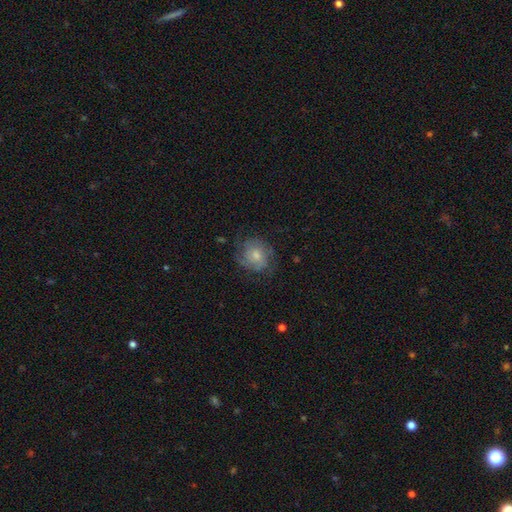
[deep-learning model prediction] Q: Smooth or featured?
A: featured or disk (51%); runner-up: smooth (42%)
Q: Edge-on disk?
A: no (97%); runner-up: yes (3%)
Q: Merging?
A: none (63%); runner-up: minor disturbance (23%)